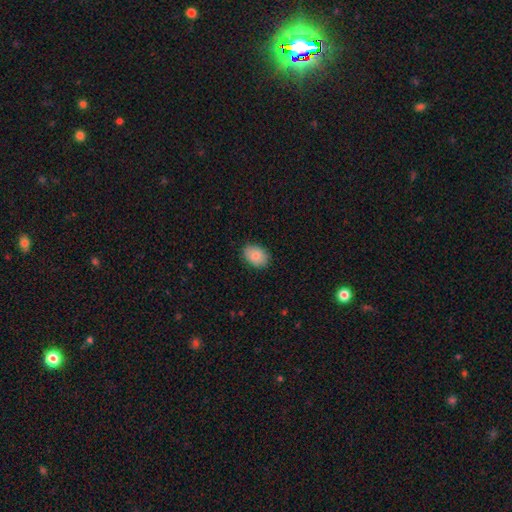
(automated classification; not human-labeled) smooth-or-featured: smooth: 85% | featured or disk: 8% | star or artifact: 7%
  how-rounded: in between: 77% | round: 22% | cigar-shaped: 1%
  merging: none: 87% | minor disturbance: 10% | major disturbance: 2% | merger: 1%